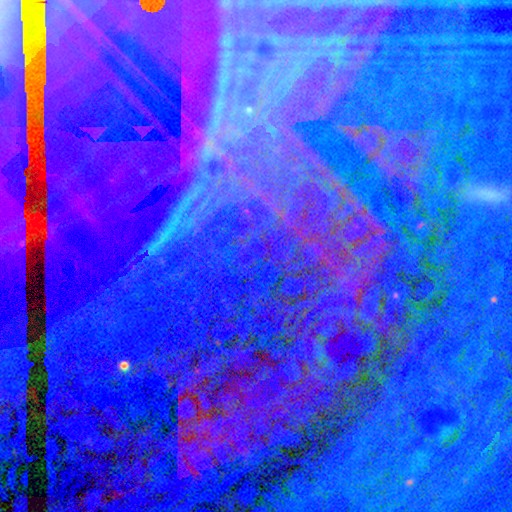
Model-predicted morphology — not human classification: A star or artifact, not a galaxy (89%).